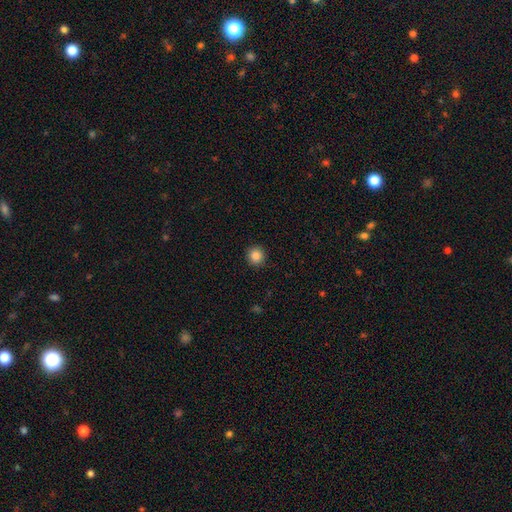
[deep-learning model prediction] smooth 86%, star or artifact 10%, featured or disk 4%. Down the decision tree: how rounded — round (94%); merging — none (92%).